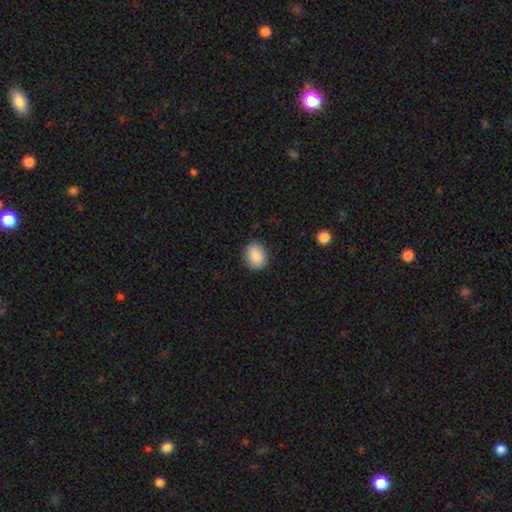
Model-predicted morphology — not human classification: Smooth or featured?
  - smooth: 87% *
  - star or artifact: 8%
  - featured or disk: 5%
How rounded?
  - in between: 57% *
  - round: 42%
  - cigar-shaped: 1%
Merging?
  - none: 87% *
  - minor disturbance: 10%
  - major disturbance: 2%
  - merger: 1%